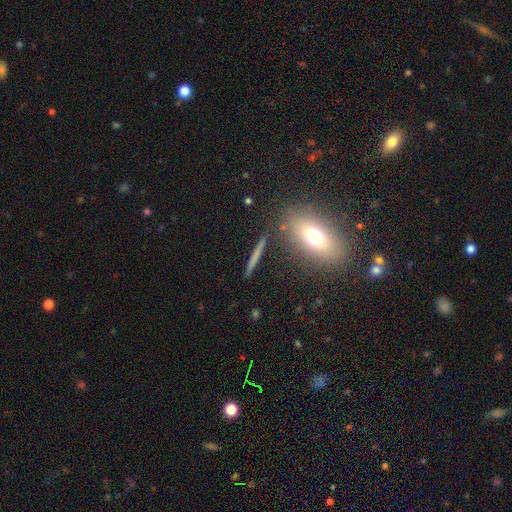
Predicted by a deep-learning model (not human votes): Smooth or featured? Predicted: smooth (p=0.49). Merging? Predicted: none (p=0.87).